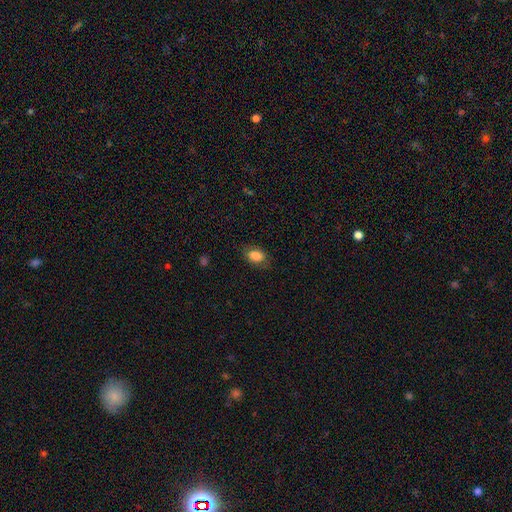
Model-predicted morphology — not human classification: This is clearly a smooth galaxy (84%). How rounded: clearly in between (86%). Merging: likely none (78%).